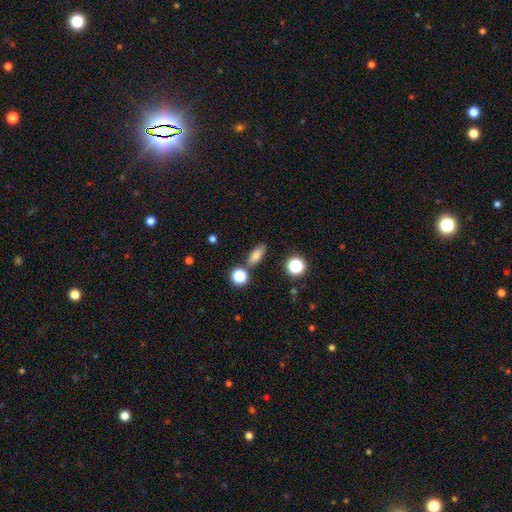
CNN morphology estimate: Q: Smooth or featured?
A: smooth (78%); runner-up: star or artifact (14%)
Q: How rounded?
A: in between (69%); runner-up: cigar-shaped (18%)
Q: Merging?
A: none (77%); runner-up: minor disturbance (12%)